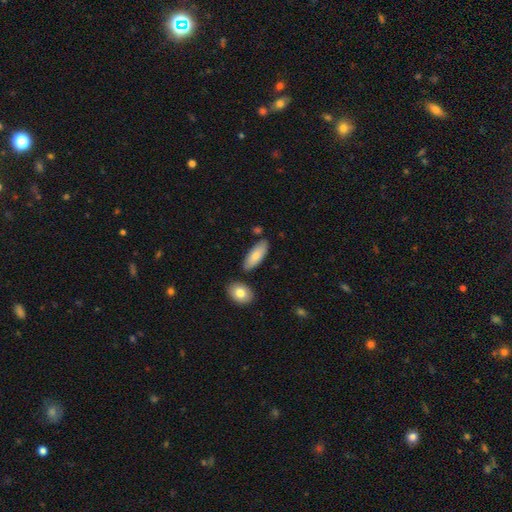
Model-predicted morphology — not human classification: This appears to be a smooth galaxy with no disk features (81%) that is in between round and cigar-shaped (77%). Merging: none (78%).